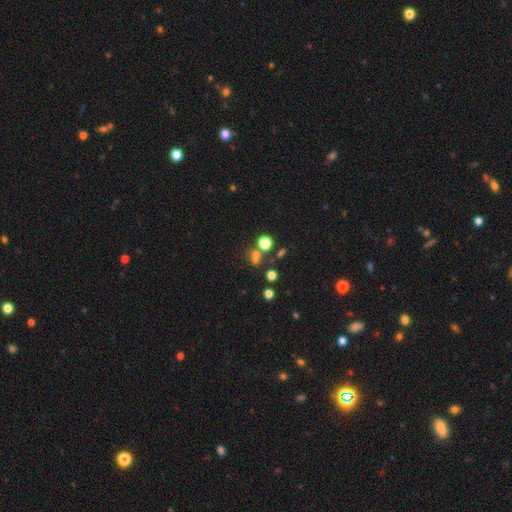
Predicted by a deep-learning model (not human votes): Smooth or featured?
  - smooth: 57% *
  - star or artifact: 30%
  - featured or disk: 13%
How rounded?
  - round: 84% *
  - in between: 15%
  - cigar-shaped: 1%
Merging?
  - none: 55% *
  - merger: 32%
  - minor disturbance: 8%
  - major disturbance: 5%